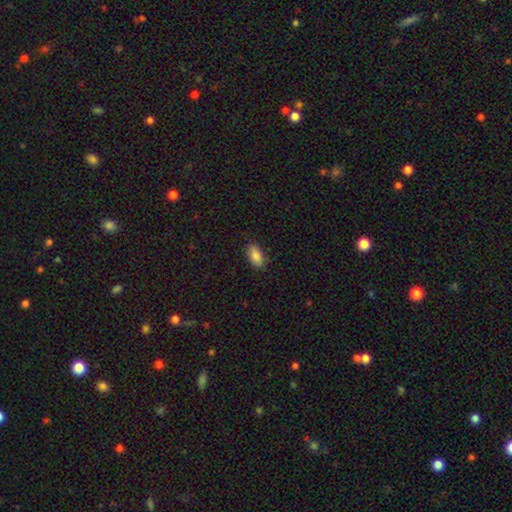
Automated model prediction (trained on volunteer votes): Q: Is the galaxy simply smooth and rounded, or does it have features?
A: smooth — 88%.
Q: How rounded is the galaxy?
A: in between — 93%.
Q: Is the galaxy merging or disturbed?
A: none — 87%.